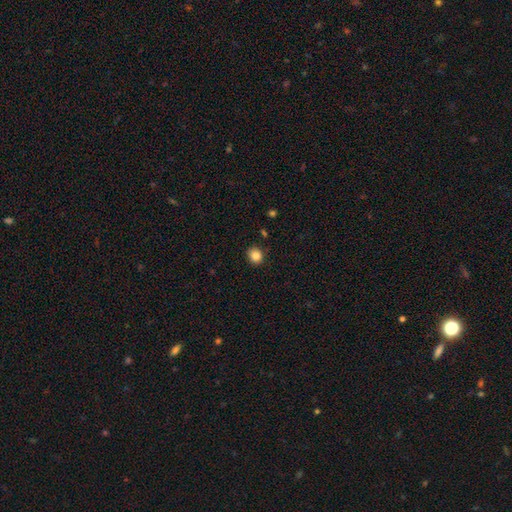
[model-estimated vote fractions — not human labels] Smooth or featured?
  - smooth: 85% *
  - star or artifact: 10%
  - featured or disk: 4%
How rounded?
  - round: 77% *
  - in between: 22%
  - cigar-shaped: 1%
Merging?
  - none: 89% *
  - minor disturbance: 8%
  - major disturbance: 2%
  - merger: 1%